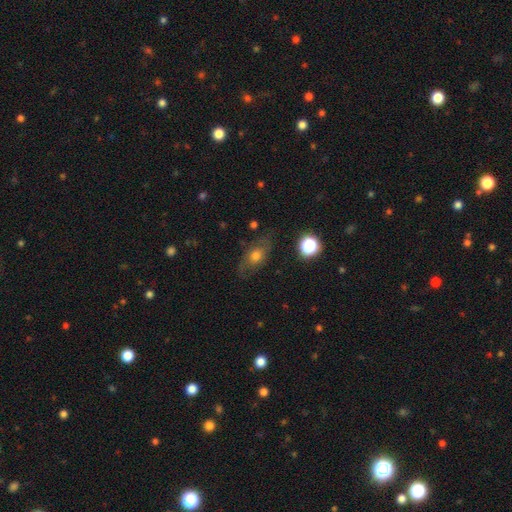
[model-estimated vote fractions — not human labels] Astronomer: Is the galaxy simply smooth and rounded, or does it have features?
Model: smooth — 50% (runner-up: featured or disk, 37%).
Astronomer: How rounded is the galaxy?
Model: in between — 70%.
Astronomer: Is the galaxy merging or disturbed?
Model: none — 69%.